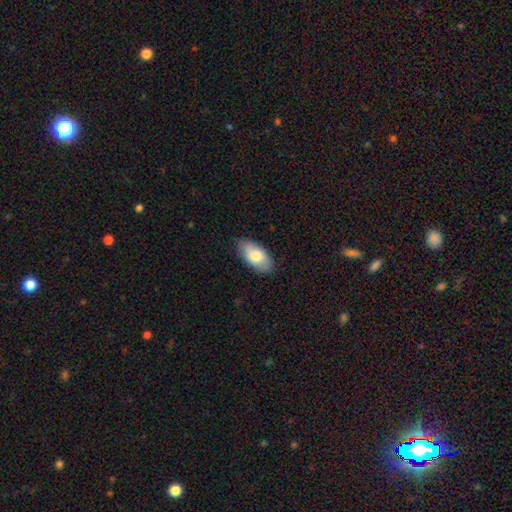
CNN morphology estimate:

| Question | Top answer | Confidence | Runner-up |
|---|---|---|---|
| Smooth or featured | smooth | 76% | featured or disk (19%) |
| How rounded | in between | 93% | cigar-shaped (4%) |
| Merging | none | 82% | minor disturbance (15%) |